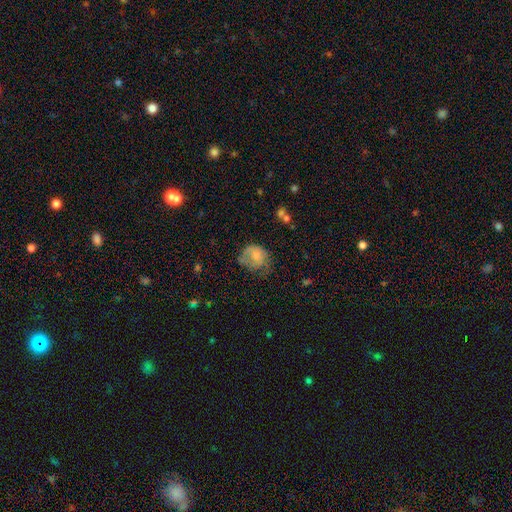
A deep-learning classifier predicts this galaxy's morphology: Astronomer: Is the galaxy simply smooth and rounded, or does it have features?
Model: smooth — 66%.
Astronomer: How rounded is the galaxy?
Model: round — 62% (runner-up: in between, 38%).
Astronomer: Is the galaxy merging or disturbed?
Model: none — 36% (runner-up: minor disturbance, 31%).